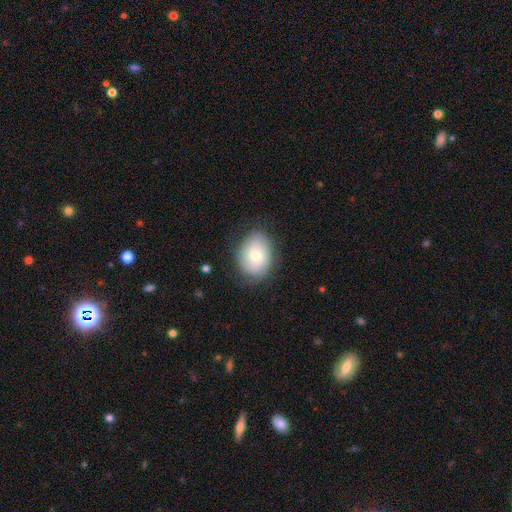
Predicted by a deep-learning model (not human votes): Q: Smooth or featured?
A: smooth (61%); runner-up: featured or disk (31%)
Q: How rounded?
A: in between (63%); runner-up: round (36%)
Q: Merging?
A: none (75%); runner-up: minor disturbance (18%)